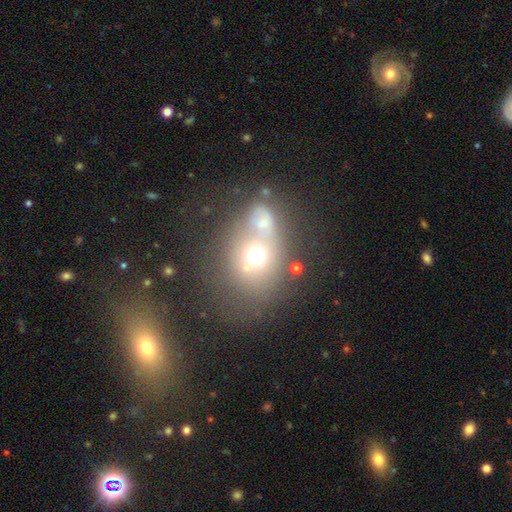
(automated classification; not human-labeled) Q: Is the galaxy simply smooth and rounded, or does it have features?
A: smooth — 59%.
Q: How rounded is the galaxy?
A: round — 59%.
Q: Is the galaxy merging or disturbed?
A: merger — 46%.